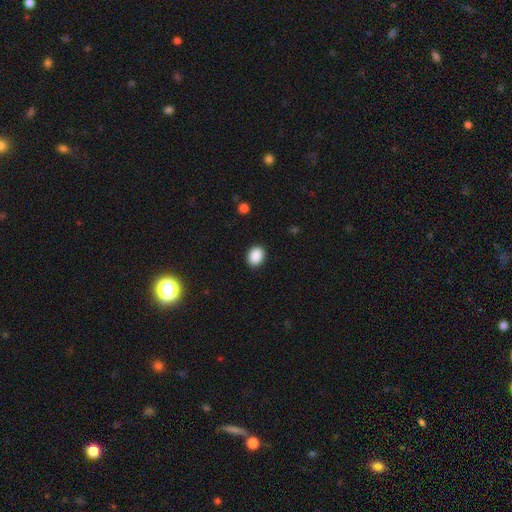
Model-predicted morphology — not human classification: smooth_or_featured: smooth (p=0.89) [alt: star or artifact p=0.08]
how_rounded: in between (p=0.52) [alt: round p=0.47]
merging: none (p=0.90) [alt: minor disturbance p=0.07]